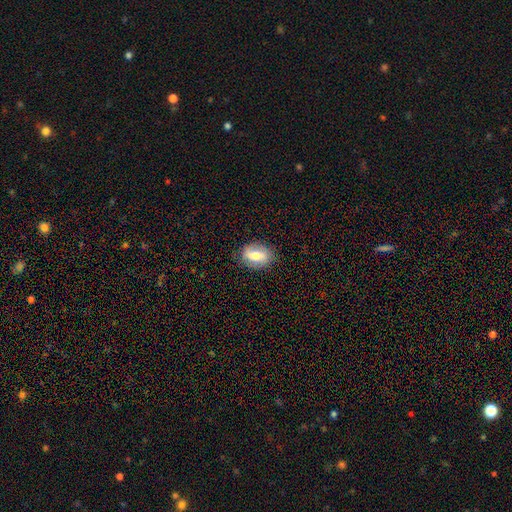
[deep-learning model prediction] smooth 53%, featured or disk 40%, star or artifact 8%. Down the decision tree: how rounded — in between (76%); merging — none (83%).